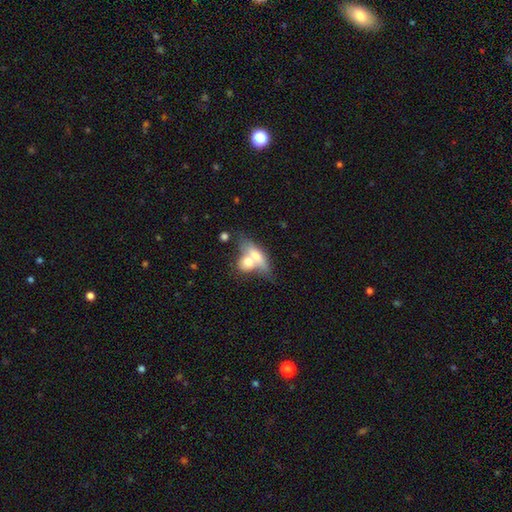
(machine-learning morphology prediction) Q: Smooth or featured?
A: smooth (62%); runner-up: featured or disk (32%)
Q: How rounded?
A: in between (62%); runner-up: cigar-shaped (22%)
Q: Merging?
A: merger (62%); runner-up: none (24%)